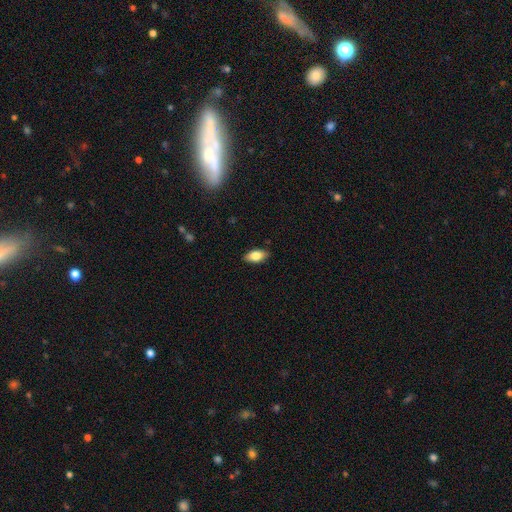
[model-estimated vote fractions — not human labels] Morphology: type=smooth (80%); roundness=in between (89%); merging=none (86%).